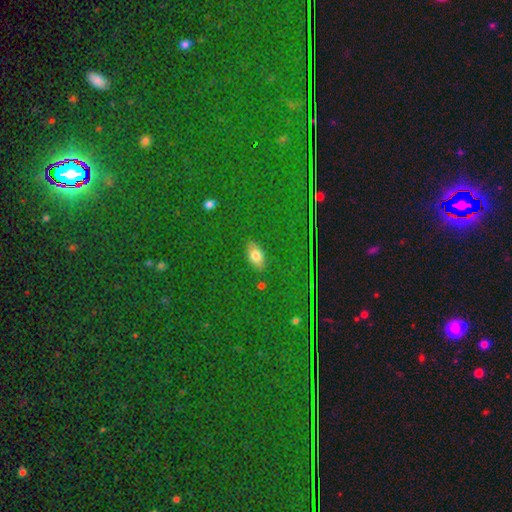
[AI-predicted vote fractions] Smooth or featured?
  - smooth: 65% *
  - star or artifact: 21%
  - featured or disk: 13%
How rounded?
  - in between: 86% *
  - cigar-shaped: 7%
  - round: 7%
Merging?
  - none: 86% *
  - minor disturbance: 9%
  - major disturbance: 3%
  - merger: 2%